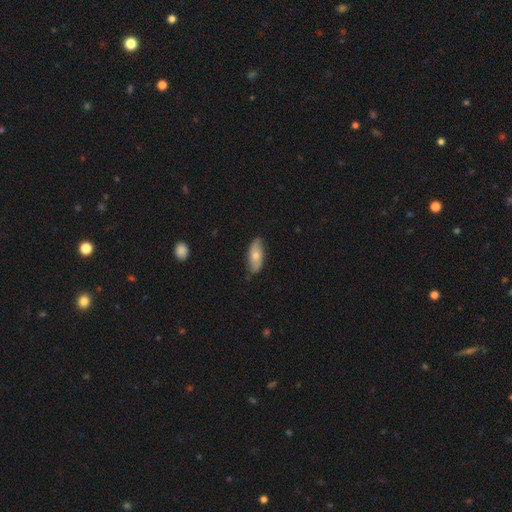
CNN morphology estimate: Smooth or featured?
  - smooth: 65% *
  - featured or disk: 29%
  - star or artifact: 6%
How rounded?
  - in between: 82% *
  - cigar-shaped: 15%
  - round: 3%
Merging?
  - none: 77% *
  - minor disturbance: 19%
  - major disturbance: 3%
  - merger: 1%